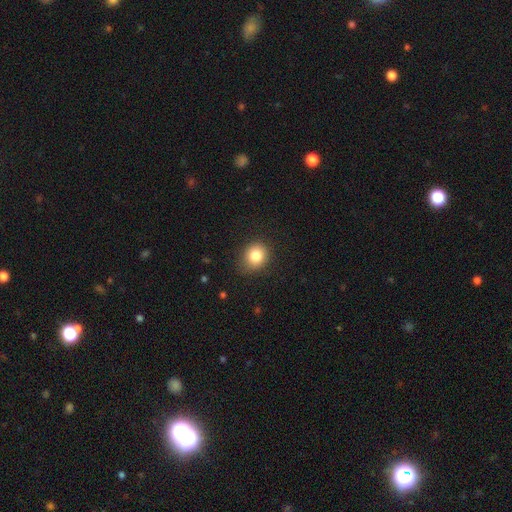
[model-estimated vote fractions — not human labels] Morphology: type=smooth (82%); roundness=round (70%); merging=none (82%).